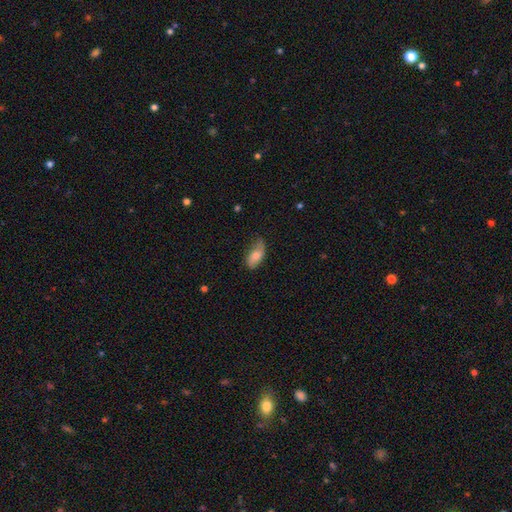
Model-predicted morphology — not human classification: Smooth or featured: smooth — 76% (featured or disk — 17%)
How rounded: in between — 89% (cigar-shaped — 8%)
Merging: none — 56% (minor disturbance — 34%)